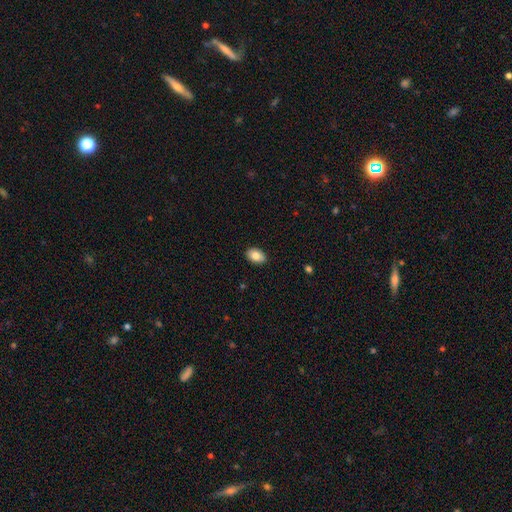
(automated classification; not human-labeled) Smooth or featured?
  - smooth: 83% *
  - featured or disk: 10%
  - star or artifact: 7%
How rounded?
  - in between: 86% *
  - round: 13%
  - cigar-shaped: 1%
Merging?
  - none: 88% *
  - minor disturbance: 9%
  - major disturbance: 2%
  - merger: 1%